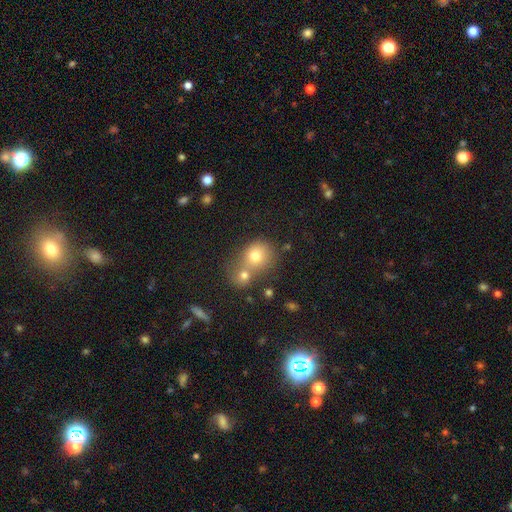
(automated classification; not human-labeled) The model was most divided on "merging": merger: 54%, none: 34%, minor disturbance: 8%, major disturbance: 4%. More confident: smooth or featured — smooth (74%); how rounded — round (74%).